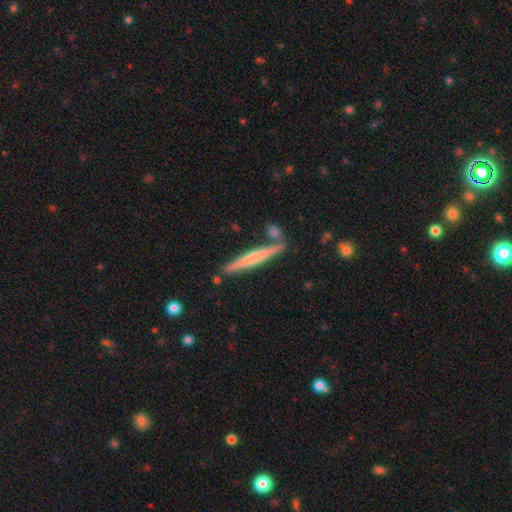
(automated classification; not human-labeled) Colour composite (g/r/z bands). It shows a smooth galaxy with no disk features (53%) that is cigar-shaped (95%). Merging: none (77%).